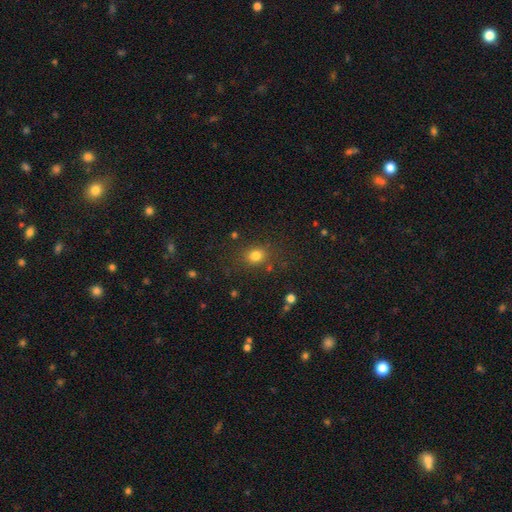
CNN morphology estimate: type=smooth (79%); roundness=round (61%); merging=none (79%).